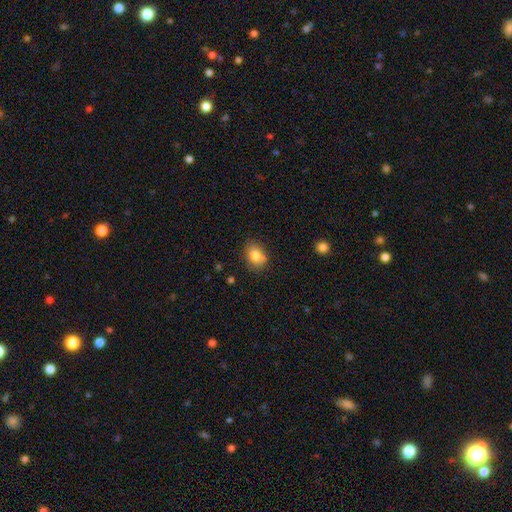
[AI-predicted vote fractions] Smooth or featured?
  - smooth: 81% *
  - featured or disk: 10%
  - star or artifact: 10%
How rounded?
  - in between: 59% *
  - round: 40%
  - cigar-shaped: 1%
Merging?
  - none: 70% *
  - minor disturbance: 18%
  - merger: 8%
  - major disturbance: 4%